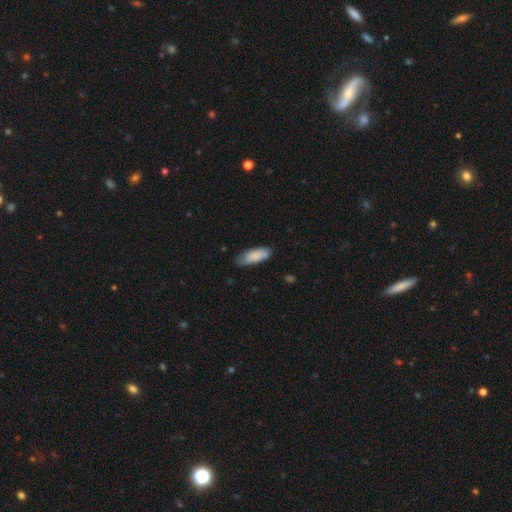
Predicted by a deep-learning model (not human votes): smooth-or-featured: smooth: 86% | featured or disk: 9% | star or artifact: 6%
  how-rounded: in between: 69% | cigar-shaped: 29% | round: 2%
  merging: none: 71% | minor disturbance: 24% | major disturbance: 4% | merger: 2%